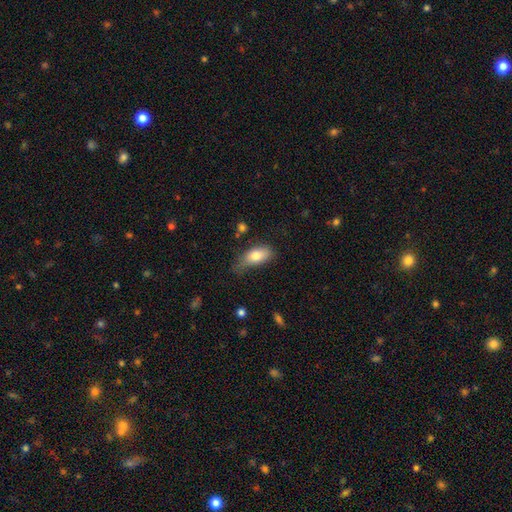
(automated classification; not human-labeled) Q: Smooth or featured?
A: smooth (78%); runner-up: featured or disk (14%)
Q: How rounded?
A: in between (87%); runner-up: cigar-shaped (8%)
Q: Merging?
A: none (43%); runner-up: minor disturbance (39%)